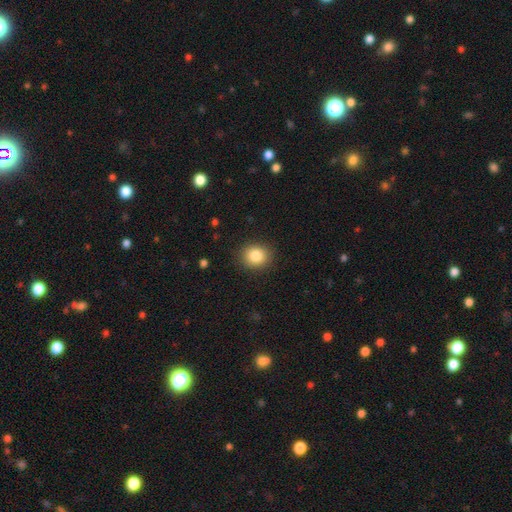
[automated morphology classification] smooth 85%, star or artifact 10%, featured or disk 6%. Down the decision tree: how rounded — round (76%); merging — none (89%).